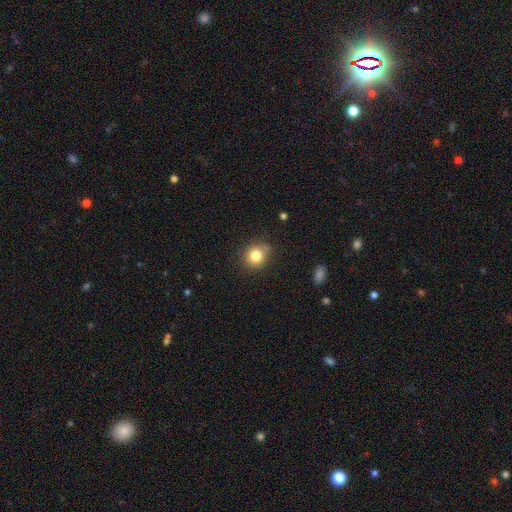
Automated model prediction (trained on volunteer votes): Q: Smooth or featured?
A: smooth (81%); runner-up: star or artifact (11%)
Q: How rounded?
A: round (82%); runner-up: in between (17%)
Q: Merging?
A: none (80%); runner-up: minor disturbance (14%)